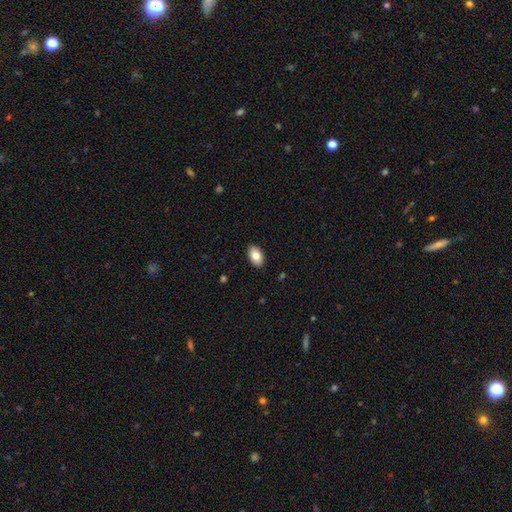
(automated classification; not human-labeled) This appears to be a smooth galaxy with no disk features (84%) that is in between round and cigar-shaped (92%). Merging: none (89%).